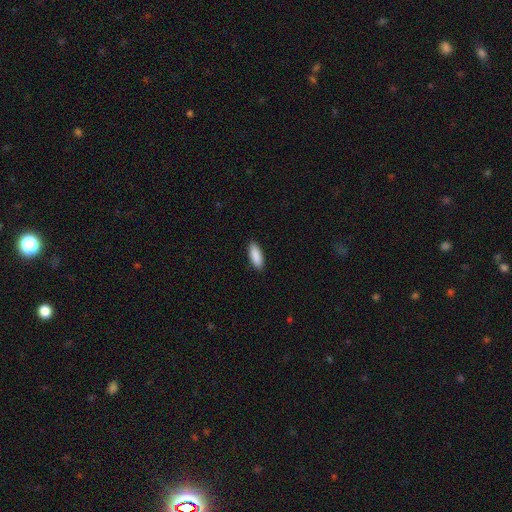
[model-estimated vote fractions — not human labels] Smooth or featured? smooth (91%)
How rounded? in between (68%)
Merging? none (90%)